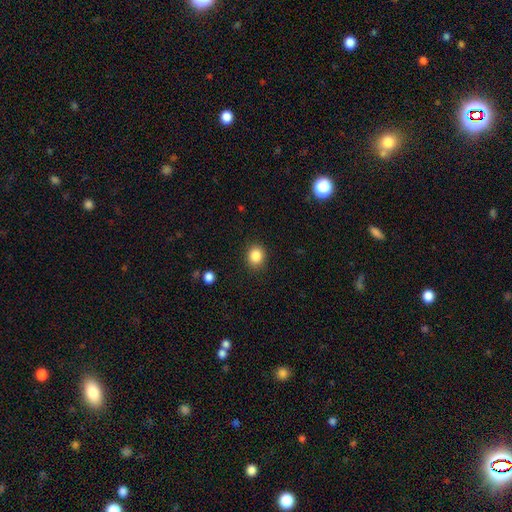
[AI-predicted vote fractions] smooth 86%, star or artifact 10%, featured or disk 4%. Down the decision tree: how rounded — round (71%); merging — none (88%).